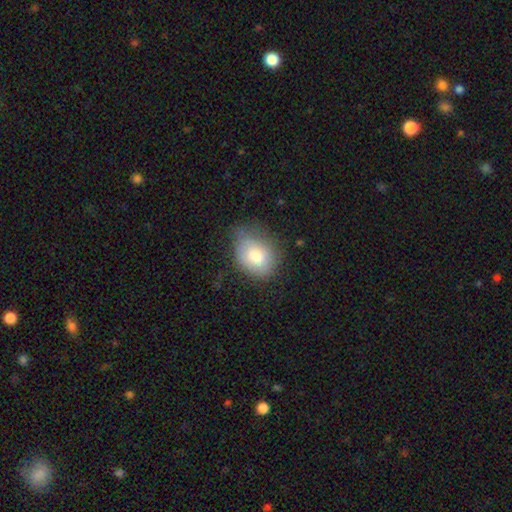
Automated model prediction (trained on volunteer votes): Smooth or featured: smooth — 76% (featured or disk — 16%)
How rounded: in between — 57% (round — 42%)
Merging: none — 57% (minor disturbance — 32%)